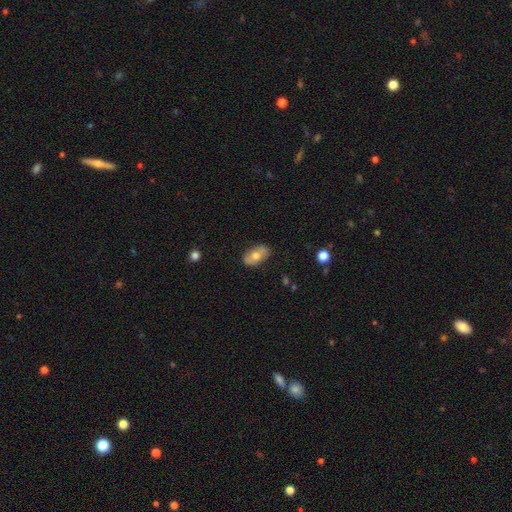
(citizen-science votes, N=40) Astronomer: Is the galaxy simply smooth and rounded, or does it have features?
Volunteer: smooth — 48% (runner-up: featured or disk, 42%).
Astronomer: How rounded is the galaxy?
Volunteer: in between — 89%.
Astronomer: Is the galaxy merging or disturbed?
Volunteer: none — 86%.